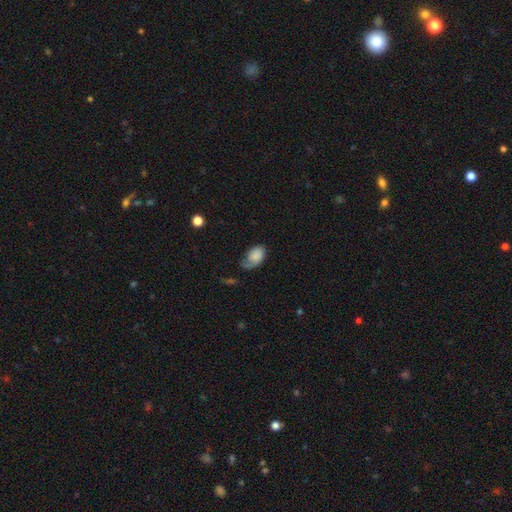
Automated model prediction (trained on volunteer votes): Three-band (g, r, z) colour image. It shows a smooth galaxy with no disk features (66%) that is in between round and cigar-shaped (88%). Merging: none (37%).